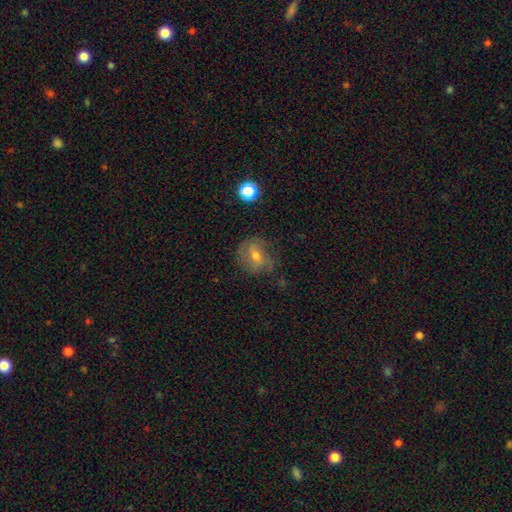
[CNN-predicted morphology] type=featured or disk (46%); merging=none (60%).